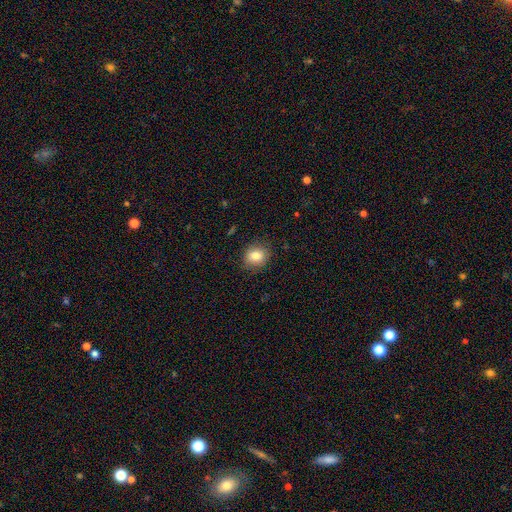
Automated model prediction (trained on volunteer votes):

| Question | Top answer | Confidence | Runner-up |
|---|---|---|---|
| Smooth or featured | smooth | 81% | star or artifact (10%) |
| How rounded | round | 70% | in between (29%) |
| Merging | none | 85% | minor disturbance (11%) |